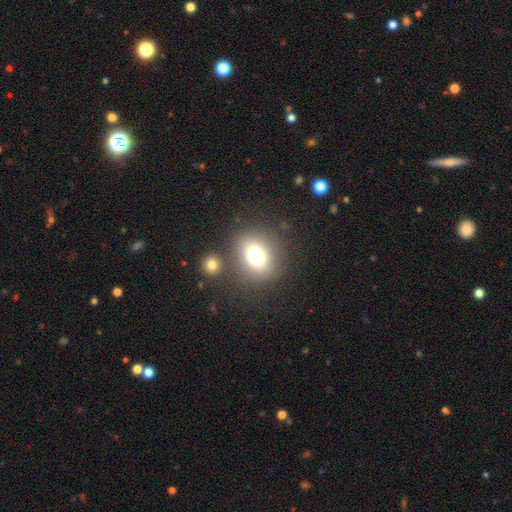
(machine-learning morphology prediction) Smooth or featured?
  - smooth: 75% *
  - star or artifact: 13%
  - featured or disk: 12%
How rounded?
  - round: 54% *
  - in between: 45%
  - cigar-shaped: 1%
Merging?
  - none: 75% *
  - minor disturbance: 10%
  - merger: 9%
  - major disturbance: 5%